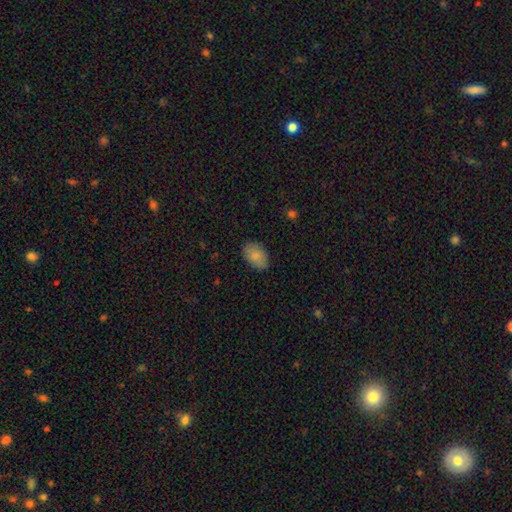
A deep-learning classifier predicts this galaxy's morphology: smooth-or-featured: smooth: 86% | featured or disk: 7% | star or artifact: 7%
  how-rounded: in between: 87% | round: 11% | cigar-shaped: 1%
  merging: none: 81% | minor disturbance: 15% | major disturbance: 3% | merger: 1%